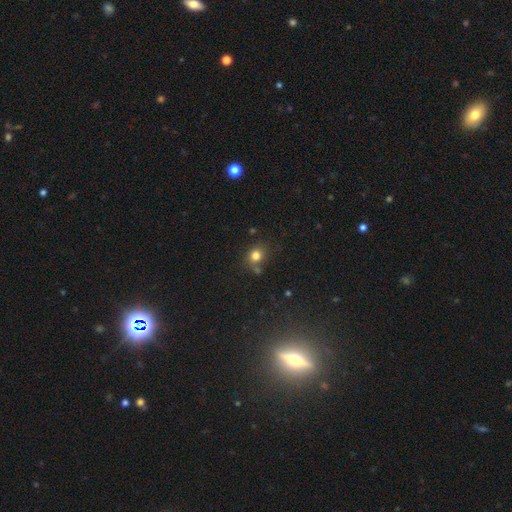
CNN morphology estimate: This appears to be a smooth galaxy with no disk features (79%) that is round (76%). Merging: none (68%).